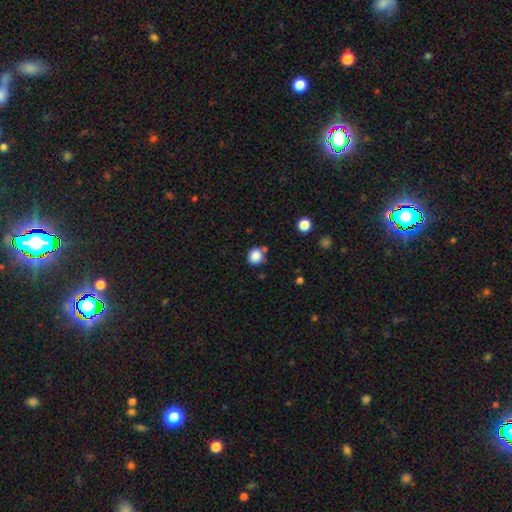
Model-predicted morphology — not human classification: smooth 86%, star or artifact 10%, featured or disk 4%. Down the decision tree: how rounded — round (87%); merging — none (73%).